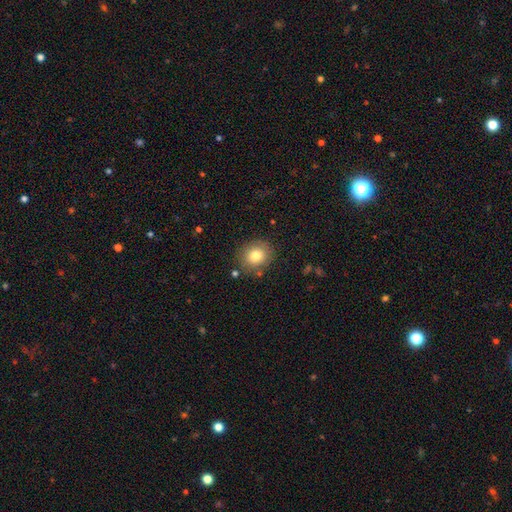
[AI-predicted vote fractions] This appears to be a smooth galaxy with no disk features (79%) that is round (73%). Merging: none (83%).